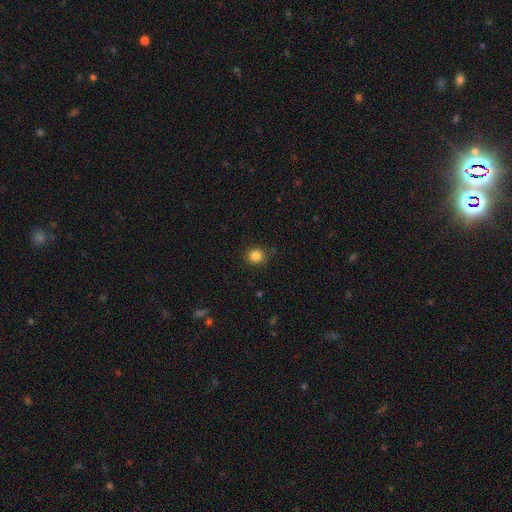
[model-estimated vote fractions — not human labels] The model was most divided on "smooth or featured": smooth: 84%, star or artifact: 12%, featured or disk: 4%. More confident: how rounded — round (88%); merging — none (88%).